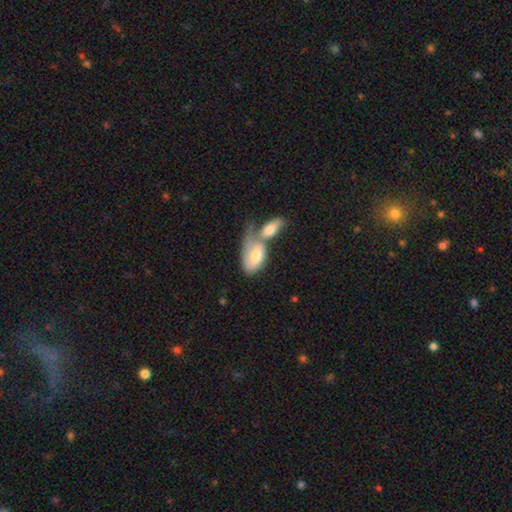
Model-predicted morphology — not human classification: This appears to be a smooth galaxy with no disk features (65%) that is in between round and cigar-shaped (92%). Merging: merger (68%).